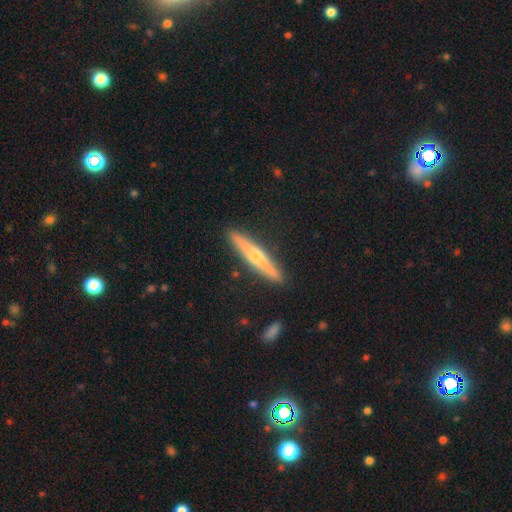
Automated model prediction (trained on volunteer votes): The model was most divided on "smooth or featured": featured or disk: 60%, smooth: 34%, star or artifact: 6%. More confident: edge-on disk — yes (96%); merging — none (90%); edge-on bulge — rounded (86%).